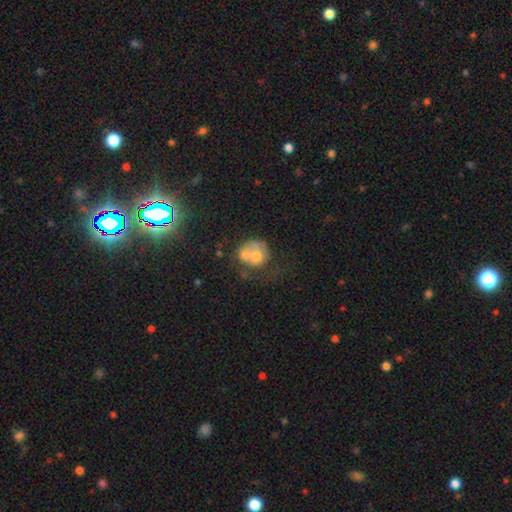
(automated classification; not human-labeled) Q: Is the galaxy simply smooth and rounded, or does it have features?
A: smooth — 53%.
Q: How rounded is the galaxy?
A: round — 73%.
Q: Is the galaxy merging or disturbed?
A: merger — 49%.